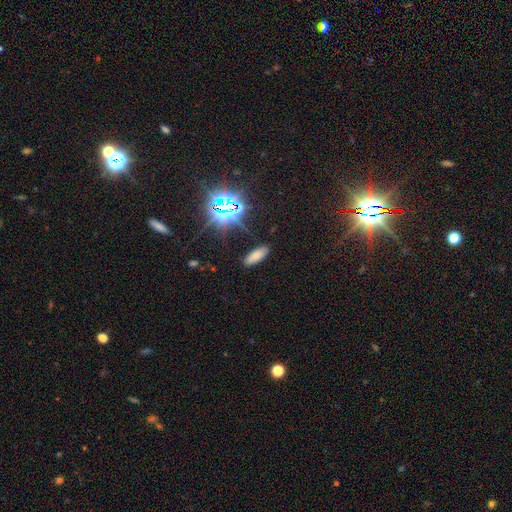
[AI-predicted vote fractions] smooth_or_featured: smooth (p=0.67) [alt: star or artifact p=0.24]
how_rounded: in between (p=0.73) [alt: cigar-shaped p=0.24]
merging: none (p=0.86) [alt: minor disturbance p=0.10]